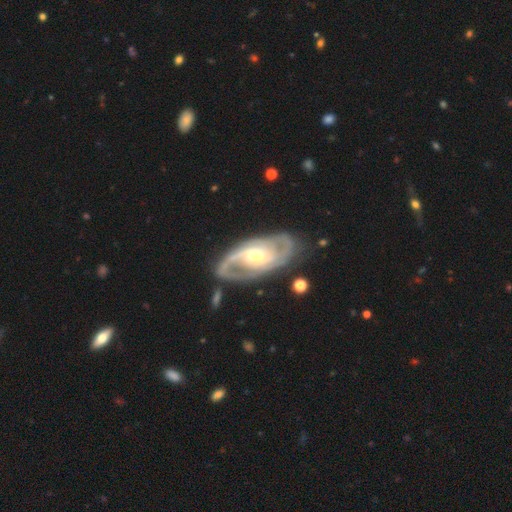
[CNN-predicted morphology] A featured or disk galaxy (88%) with no bar (41%), 2 (84%) medium (47%) spiral arms (95%) and a moderate central bulge (62%).

Vote fractions:
- Smooth or featured? featured or disk: 88% / smooth: 7% / star or artifact: 5%
- Edge-on disk? no: 95% / yes: 5%
- Bar? no: 41% / weak: 39% / strong: 20%
- Spiral arms? yes: 95% / no: 5%
- Spiral winding? medium: 47% / tight: 38% / loose: 15%
- Spiral arm count? 2: 84% / can't tell: 7% / 3: 3% / 1: 3% / 4: 1% / more than 4: 1%
- Bulge size? moderate: 62% / small: 28% / large: 8% / none: 1% / dominant: 1%
- Merging? none: 77% / minor disturbance: 15% / major disturbance: 6% / merger: 2%